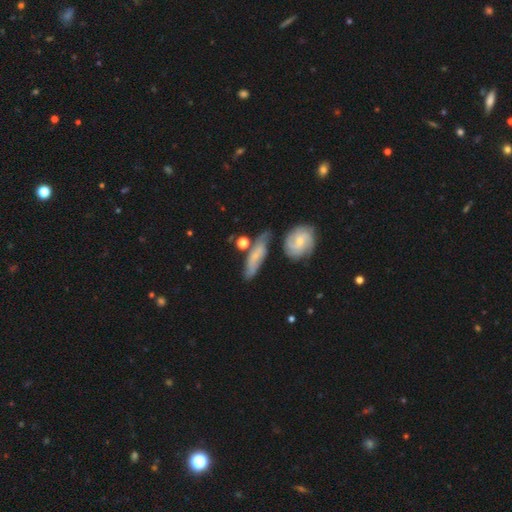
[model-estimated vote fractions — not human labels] Overall: featured or disk (49%; smooth 42%). Merging: none (58%; minor disturbance 20%).